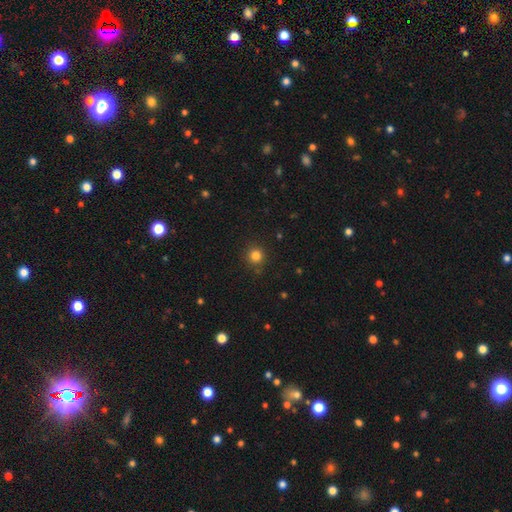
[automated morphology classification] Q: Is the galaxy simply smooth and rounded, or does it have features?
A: smooth — 82%.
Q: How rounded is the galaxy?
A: round — 94%.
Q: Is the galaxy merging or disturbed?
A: none — 89%.